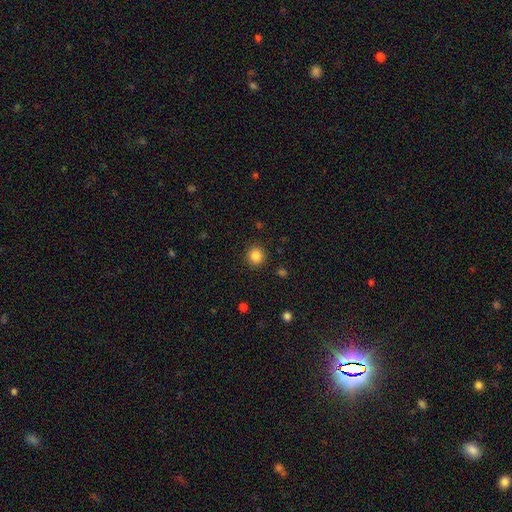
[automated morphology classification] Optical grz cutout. It shows a smooth galaxy with no disk features (86%) that is round (91%). Merging: none (91%).